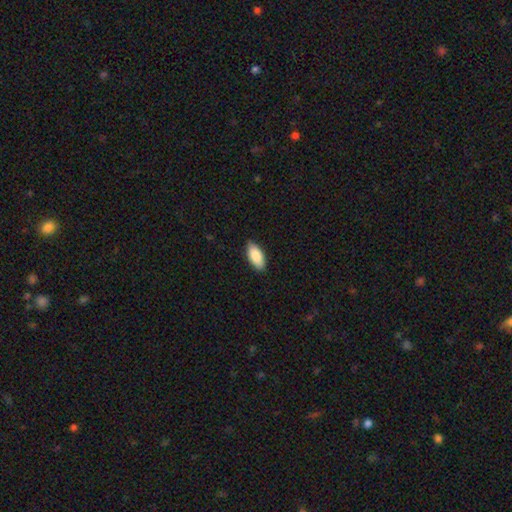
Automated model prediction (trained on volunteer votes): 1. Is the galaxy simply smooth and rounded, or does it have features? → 88% smooth, 6% star or artifact, 6% featured or disk.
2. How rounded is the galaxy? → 92% in between, 6% cigar-shaped, 2% round.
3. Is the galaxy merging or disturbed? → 86% none, 11% minor disturbance, 2% major disturbance, 1% merger.